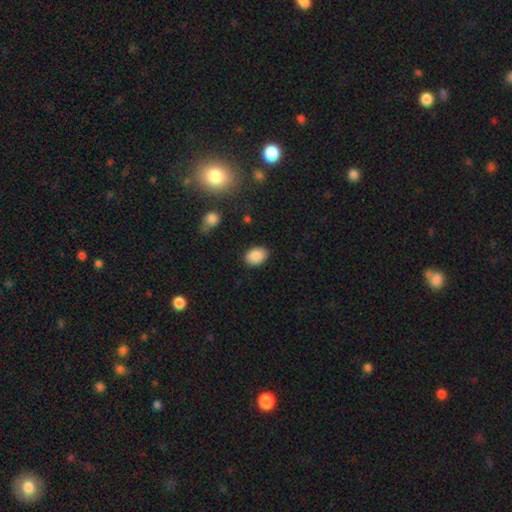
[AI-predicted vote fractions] smooth 88%, star or artifact 8%, featured or disk 4%. Down the decision tree: how rounded — in between (80%); merging — none (86%).